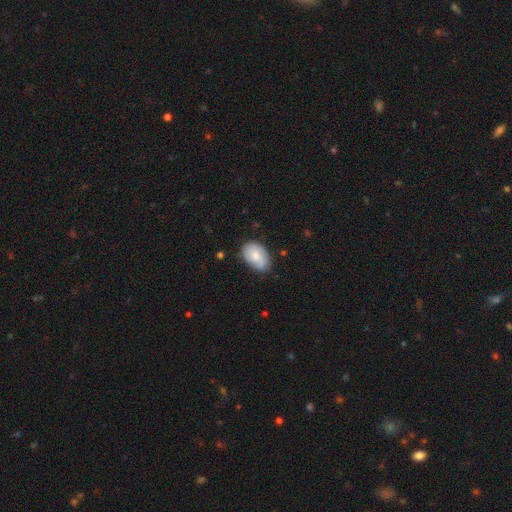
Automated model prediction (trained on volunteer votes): smooth_or_featured: smooth (p=0.72) [alt: featured or disk p=0.21]
how_rounded: in between (p=0.86) [alt: round p=0.13]
merging: none (p=0.63) [alt: minor disturbance p=0.29]